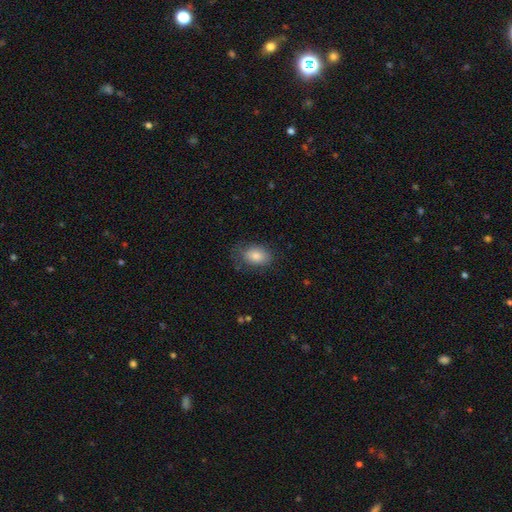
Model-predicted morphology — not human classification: Q: Smooth or featured?
A: smooth (81%); runner-up: featured or disk (10%)
Q: How rounded?
A: in between (79%); runner-up: round (20%)
Q: Merging?
A: none (71%); runner-up: minor disturbance (21%)